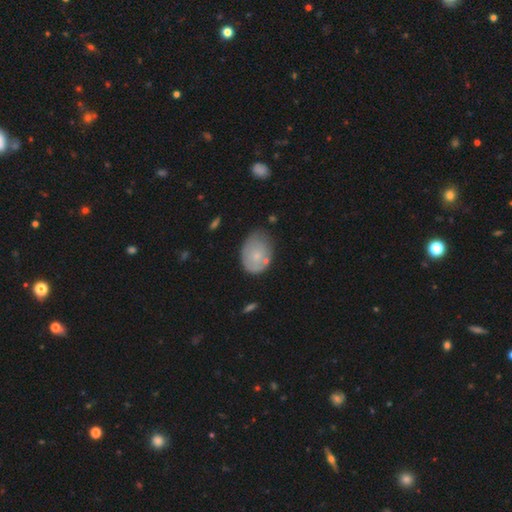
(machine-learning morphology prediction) This is likely a smooth galaxy (66%). How rounded: likely in between (73%). Merging: possibly none (54%).